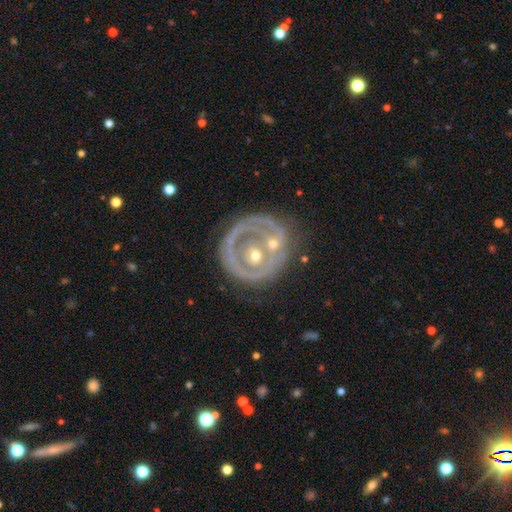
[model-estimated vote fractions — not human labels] featured or disk 73%, smooth 20%, star or artifact 7%. Down the decision tree: edge-on disk — no (97%); bar — no (86%); spiral arms — no (62%); bulge size — moderate (61%); merging — none (51%).